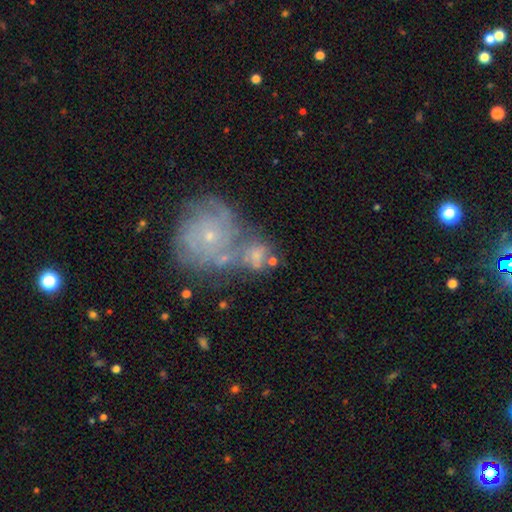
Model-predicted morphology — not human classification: Smooth or featured? featured or disk (49%)
Merging? merger (44%)